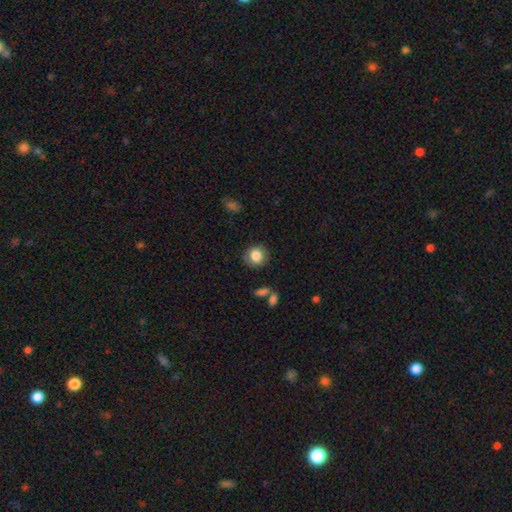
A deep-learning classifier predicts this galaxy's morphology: This appears to be a smooth galaxy with no disk features (82%) that is round (85%). Merging: none (83%).